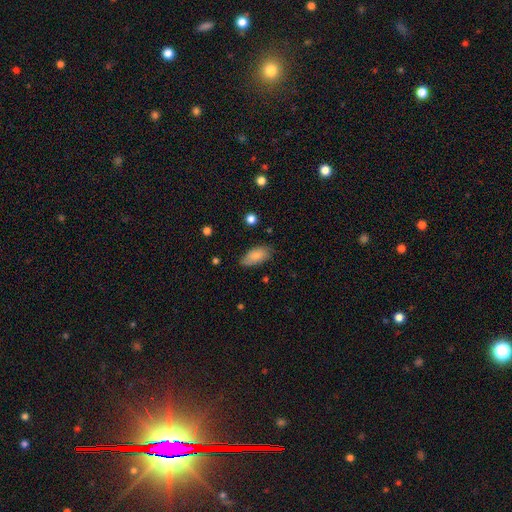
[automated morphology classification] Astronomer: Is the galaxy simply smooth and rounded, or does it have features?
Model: smooth — 82%.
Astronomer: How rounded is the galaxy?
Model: in between — 90%.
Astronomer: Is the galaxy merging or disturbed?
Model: none — 75%.